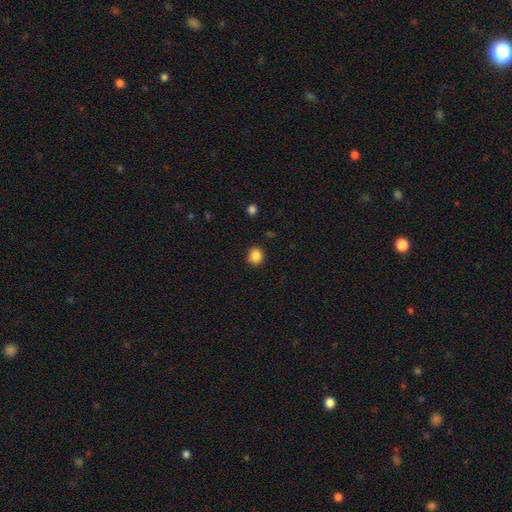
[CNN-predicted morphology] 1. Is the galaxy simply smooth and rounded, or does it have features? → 86% smooth, 10% star or artifact, 4% featured or disk.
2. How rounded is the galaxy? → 83% round, 16% in between, 1% cigar-shaped.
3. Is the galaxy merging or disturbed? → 88% none, 8% minor disturbance, 2% major disturbance, 1% merger.